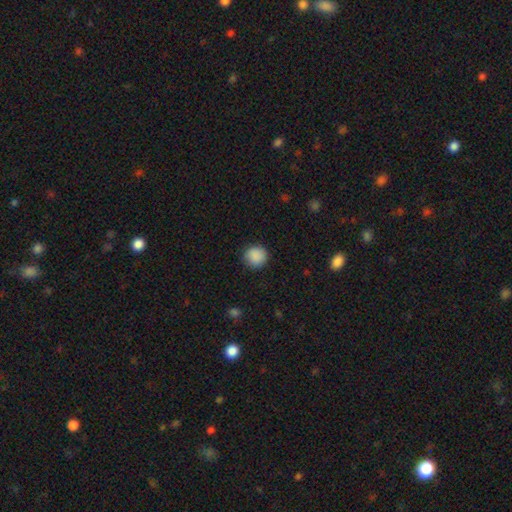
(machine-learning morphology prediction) This is clearly a smooth galaxy (89%). How rounded: clearly round (92%). Merging: clearly none (88%).